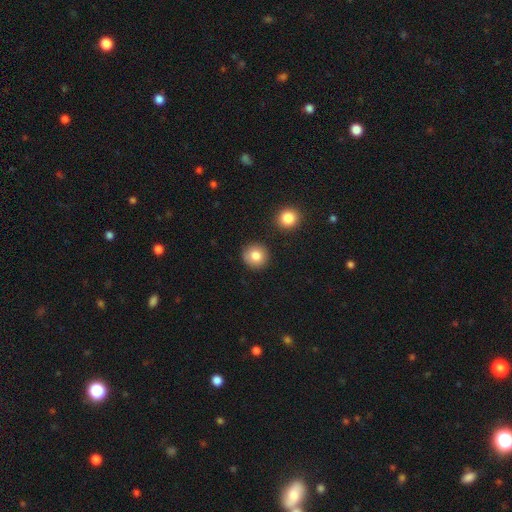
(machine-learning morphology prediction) Smooth or featured? smooth (83%)
How rounded? round (92%)
Merging? none (88%)